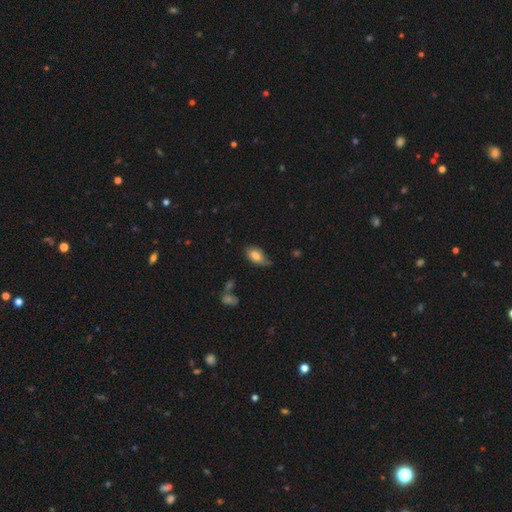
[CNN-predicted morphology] Smooth or featured: smooth — 80% (featured or disk — 13%)
How rounded: in between — 91% (round — 6%)
Merging: none — 51% (minor disturbance — 37%)